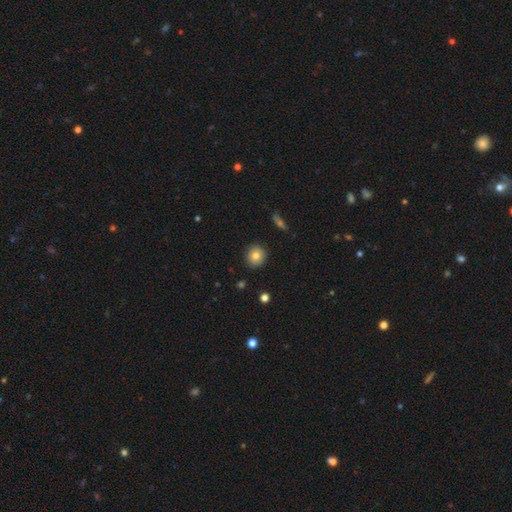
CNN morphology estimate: smooth_or_featured: smooth (p=0.79) [alt: featured or disk p=0.11]
how_rounded: round (p=0.90) [alt: in between p=0.09]
merging: none (p=0.90) [alt: minor disturbance p=0.07]